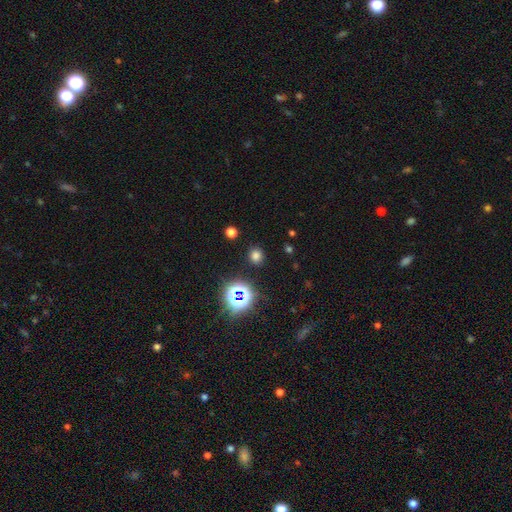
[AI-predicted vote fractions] Morphology: type=smooth (70%); roundness=round (83%); merging=none (88%).